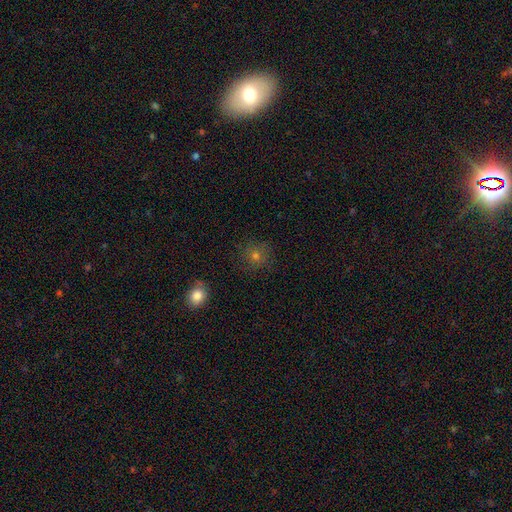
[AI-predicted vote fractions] This is likely a smooth galaxy (65%). How rounded: clearly round (91%). Merging: clearly none (85%).